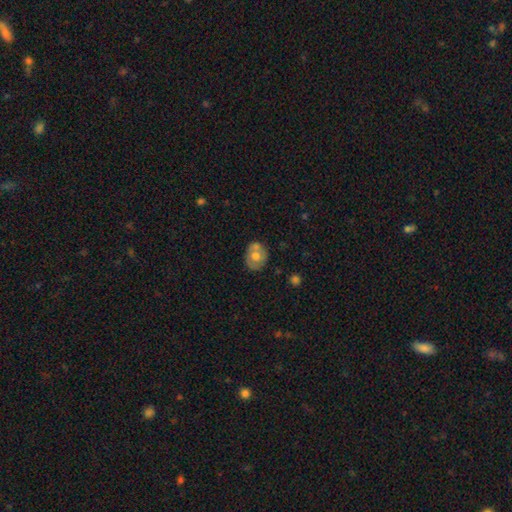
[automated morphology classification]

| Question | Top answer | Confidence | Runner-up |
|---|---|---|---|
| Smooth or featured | smooth | 56% | featured or disk (36%) |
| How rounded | round | 60% | in between (39%) |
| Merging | none | 57% | merger (21%) |